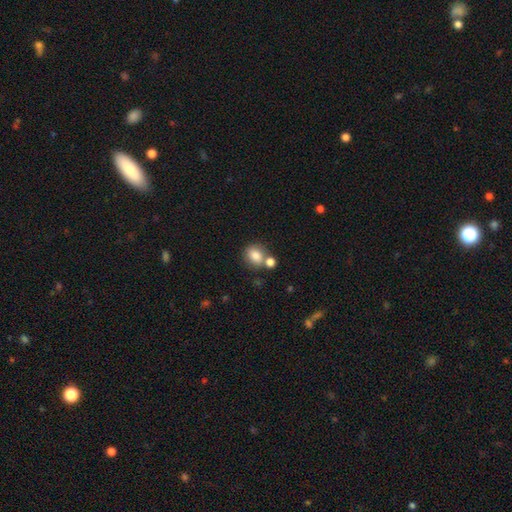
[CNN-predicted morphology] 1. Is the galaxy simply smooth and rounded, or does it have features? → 81% smooth, 10% star or artifact, 9% featured or disk.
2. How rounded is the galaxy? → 68% round, 31% in between, 1% cigar-shaped.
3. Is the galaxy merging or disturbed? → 60% none, 26% merger, 11% minor disturbance, 4% major disturbance.